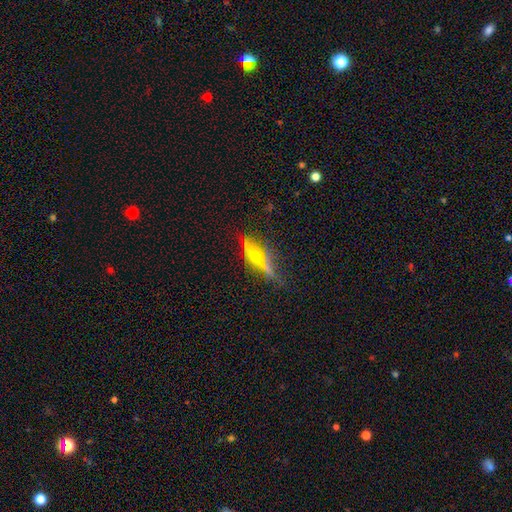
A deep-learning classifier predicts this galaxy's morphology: Q: Smooth or featured?
A: featured or disk (49%); runner-up: smooth (35%)
Q: Merging?
A: none (68%); runner-up: minor disturbance (19%)